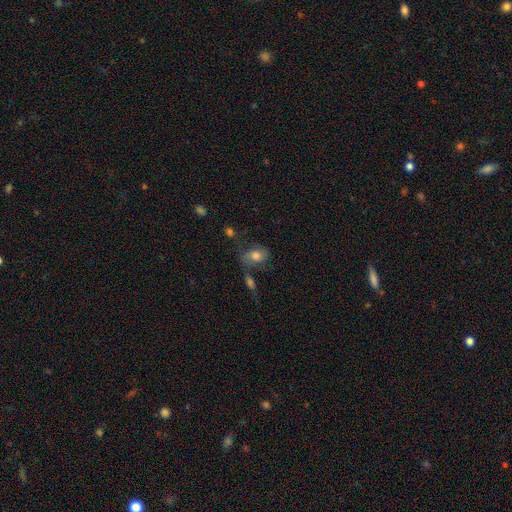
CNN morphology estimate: This appears to be a smooth galaxy with no disk features (72%) that is in between round and cigar-shaped (74%). Merging: none (46%).